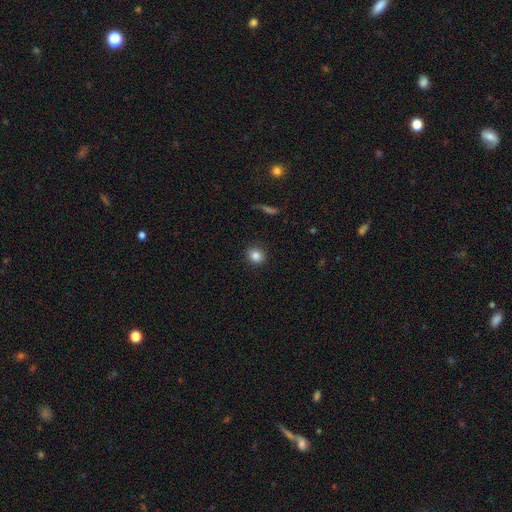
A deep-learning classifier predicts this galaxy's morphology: A smooth galaxy with no disk features (84%) that is round (80%). Merging: none (90%).